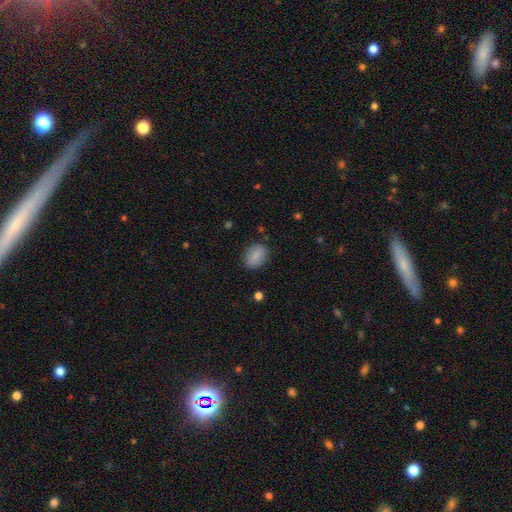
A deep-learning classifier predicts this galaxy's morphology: smooth_or_featured: smooth (p=0.86) [alt: star or artifact p=0.08]
how_rounded: in between (p=0.75) [alt: round p=0.23]
merging: none (p=0.84) [alt: minor disturbance p=0.11]